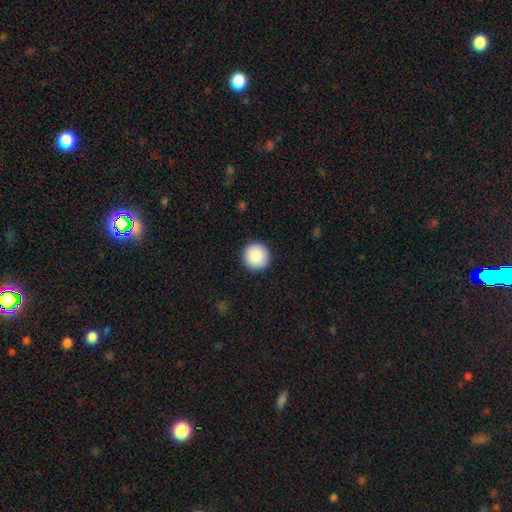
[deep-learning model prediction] This is clearly a smooth galaxy (88%). How rounded: clearly round (96%). Merging: clearly none (93%).